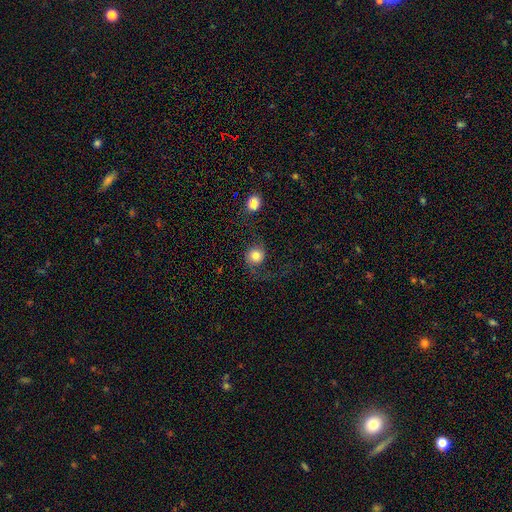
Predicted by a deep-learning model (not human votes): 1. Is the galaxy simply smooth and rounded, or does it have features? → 59% smooth, 32% featured or disk, 9% star or artifact.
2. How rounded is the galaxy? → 86% round, 12% in between, 1% cigar-shaped.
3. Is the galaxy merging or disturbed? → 51% none, 26% major disturbance, 16% minor disturbance, 6% merger.